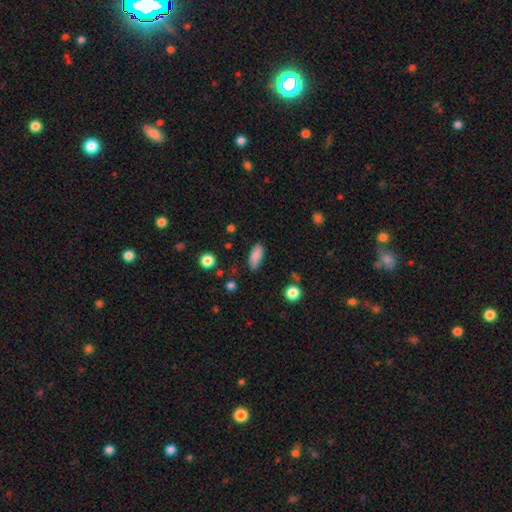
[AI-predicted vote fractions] smooth_or_featured: smooth (p=0.86) [alt: star or artifact p=0.08]
how_rounded: in between (p=0.83) [alt: cigar-shaped p=0.14]
merging: none (p=0.79) [alt: minor disturbance p=0.15]